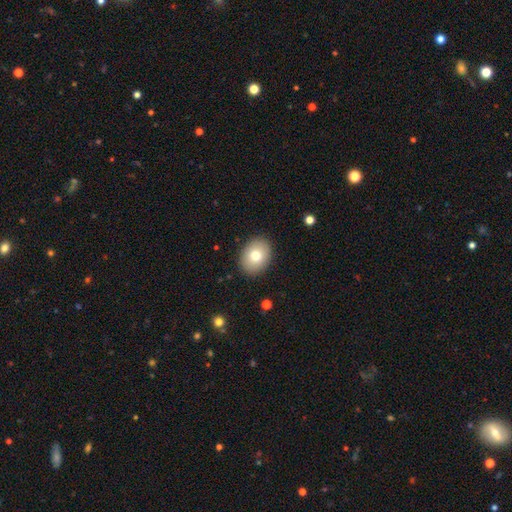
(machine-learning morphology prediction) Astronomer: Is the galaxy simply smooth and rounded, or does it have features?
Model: smooth — 76%.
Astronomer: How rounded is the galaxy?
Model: in between — 61% (runner-up: round, 38%).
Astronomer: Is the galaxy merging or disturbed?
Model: none — 89%.